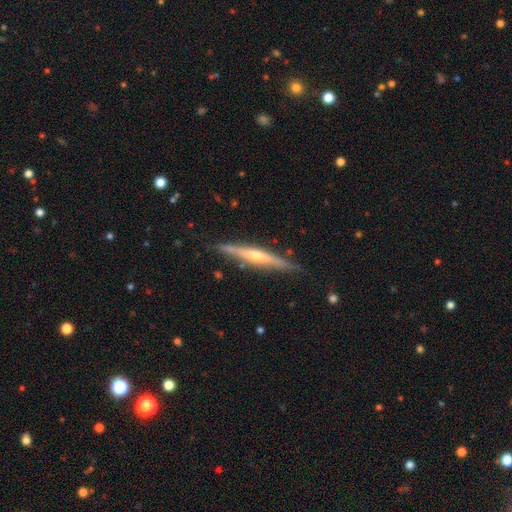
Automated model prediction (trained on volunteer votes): A featured or disk galaxy (72%) viewed edge-on (97%) with a rounded central bulge (74%).

Vote fractions:
- Smooth or featured? featured or disk: 72% / smooth: 23% / star or artifact: 6%
- Edge-on disk? yes: 97% / no: 3%
- Edge-on bulge? rounded: 74% / none: 17% / boxy: 9%
- Merging? none: 85% / minor disturbance: 11% / major disturbance: 2% / merger: 2%